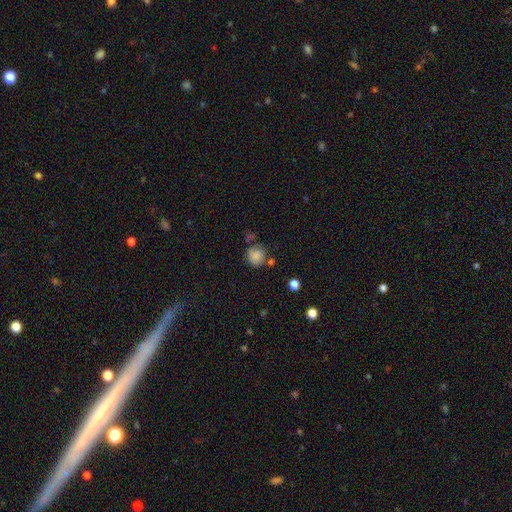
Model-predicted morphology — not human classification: A smooth galaxy with no disk features (81%) that is round (84%). Merging: none (59%).